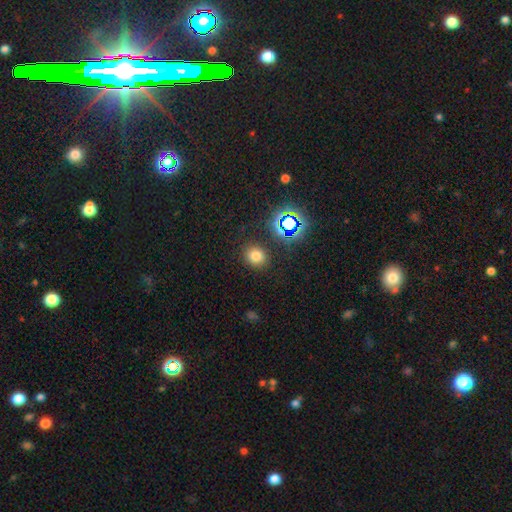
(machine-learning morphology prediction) This is likely a smooth galaxy (73%). How rounded: likely round (76%). Merging: clearly none (88%).